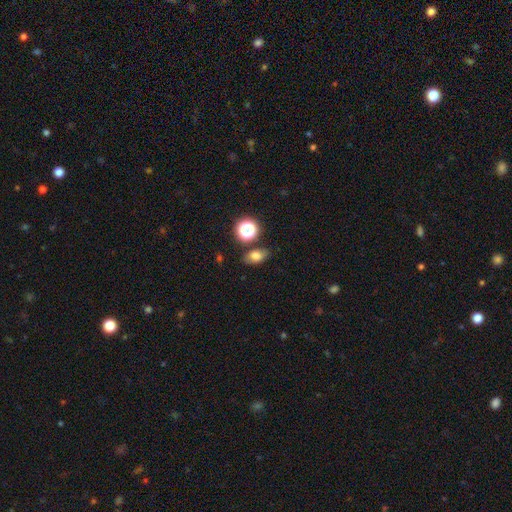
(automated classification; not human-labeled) This is likely a smooth galaxy (71%). How rounded: likely in between (76%). Merging: likely none (76%).